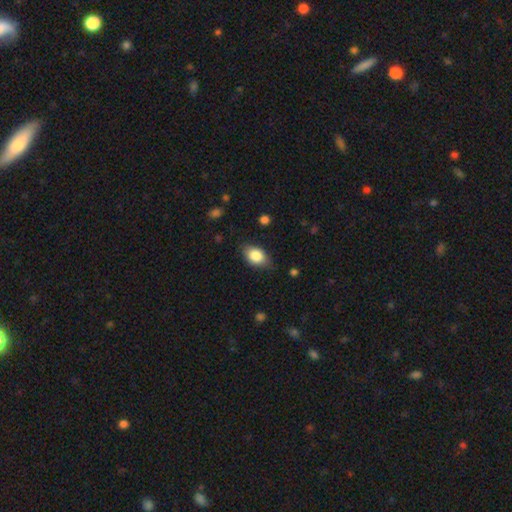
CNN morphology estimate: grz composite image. It shows a smooth galaxy with no disk features (84%) that is in between round and cigar-shaped (84%). Merging: none (77%).